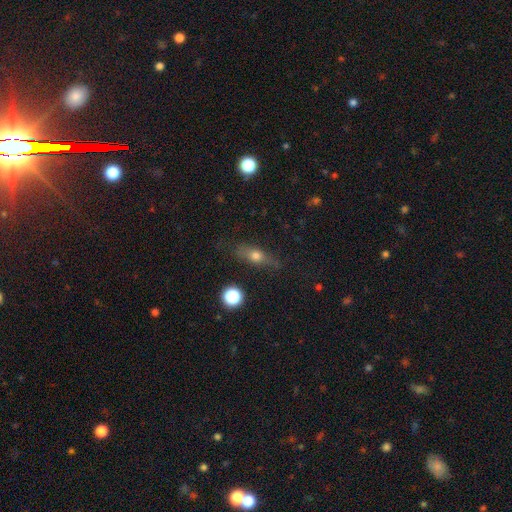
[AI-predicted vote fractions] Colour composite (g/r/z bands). It shows a smooth galaxy with no disk features (62%) that is in between round and cigar-shaped (55%). Merging: none (73%).